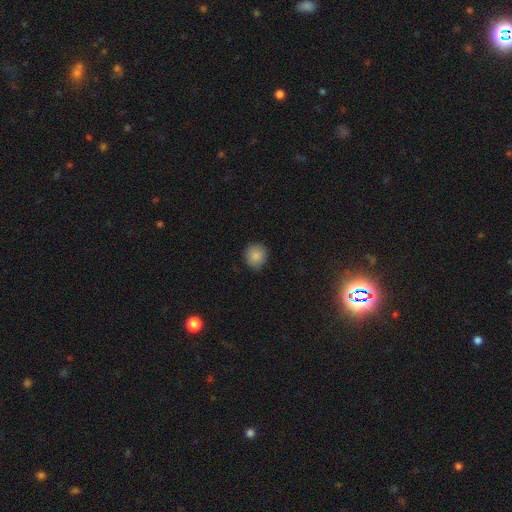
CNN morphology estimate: smooth 86%, star or artifact 9%, featured or disk 5%. Down the decision tree: how rounded — round (89%); merging — none (87%).